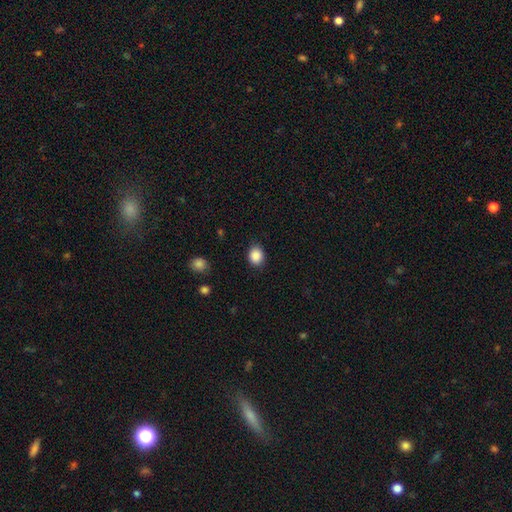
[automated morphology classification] This is clearly a smooth galaxy (88%). How rounded: possibly round (56%). Merging: clearly none (85%).